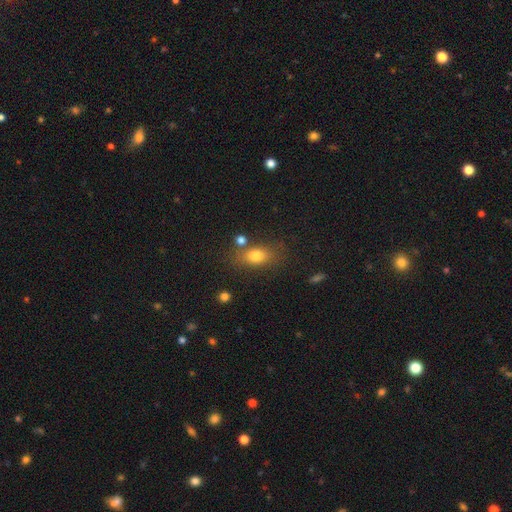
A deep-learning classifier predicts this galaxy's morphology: A smooth galaxy with no disk features (78%) that is in between round and cigar-shaped (77%). Merging: none (71%).